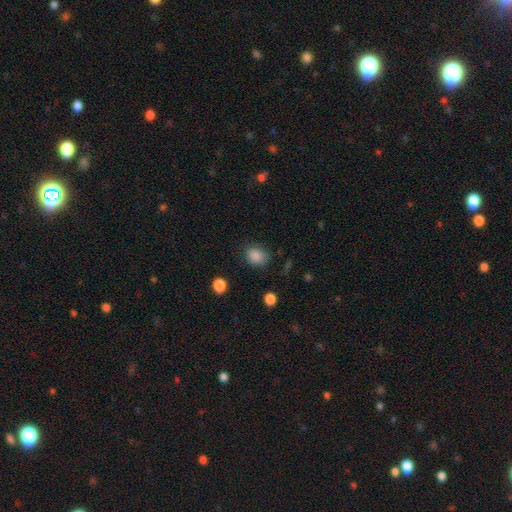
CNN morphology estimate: Smooth or featured? Predicted: smooth (p=0.86). How rounded? Predicted: round (p=0.55). Merging? Predicted: none (p=0.76).